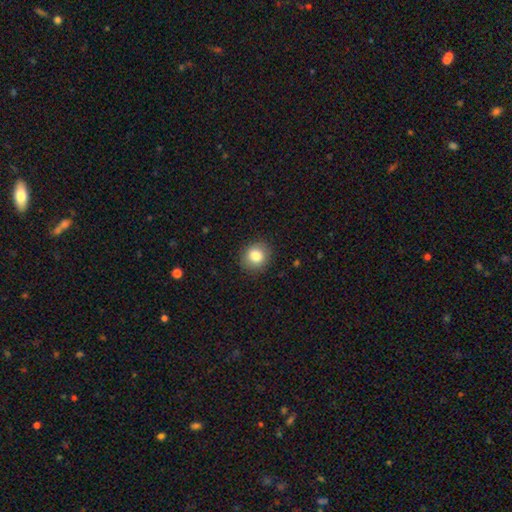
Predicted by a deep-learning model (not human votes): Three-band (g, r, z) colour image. It shows a smooth galaxy with no disk features (83%) that is round (78%). Merging: none (88%).